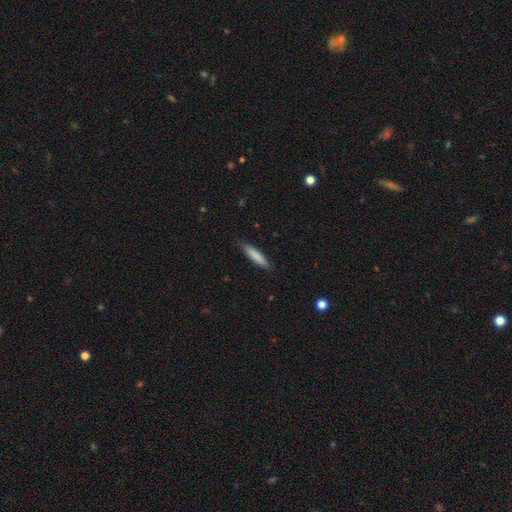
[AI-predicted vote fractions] Smooth or featured? Predicted: smooth (p=0.84). How rounded? Predicted: cigar-shaped (p=0.82). Merging? Predicted: none (p=0.87).